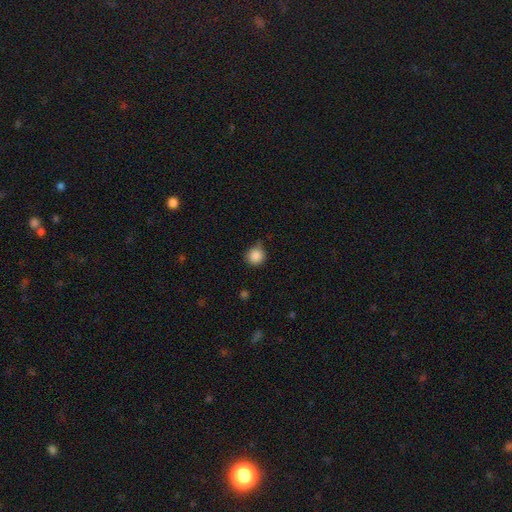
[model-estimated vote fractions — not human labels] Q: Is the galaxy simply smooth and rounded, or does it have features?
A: smooth — 87%.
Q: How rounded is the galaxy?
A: round — 92%.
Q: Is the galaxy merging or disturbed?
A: none — 71%.